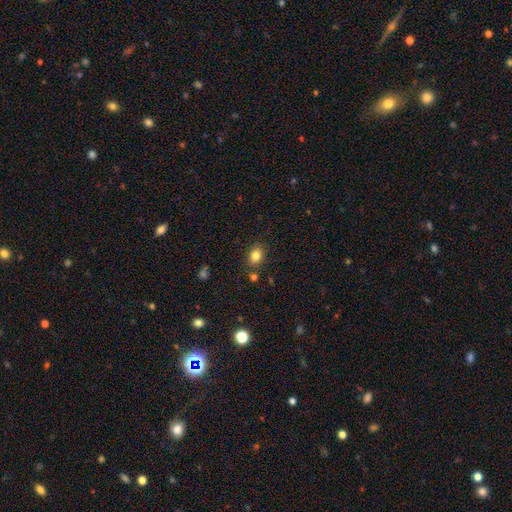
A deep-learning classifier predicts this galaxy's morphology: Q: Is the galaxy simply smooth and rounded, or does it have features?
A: smooth — 82%.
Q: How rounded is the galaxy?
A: in between — 65%.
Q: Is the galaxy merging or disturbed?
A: none — 80%.